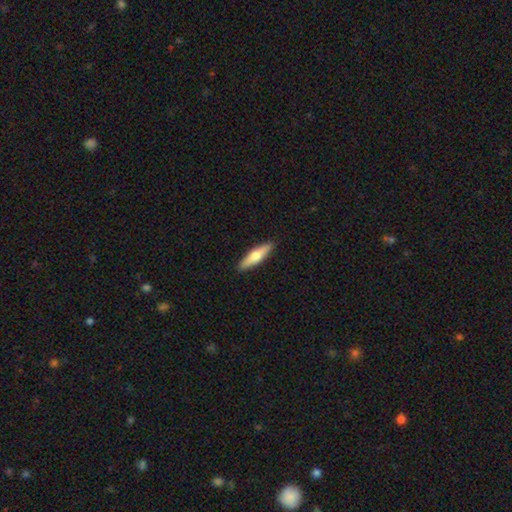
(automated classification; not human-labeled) Smooth or featured? Predicted: smooth (p=0.56). How rounded? Predicted: cigar-shaped (p=0.74). Merging? Predicted: none (p=0.91).